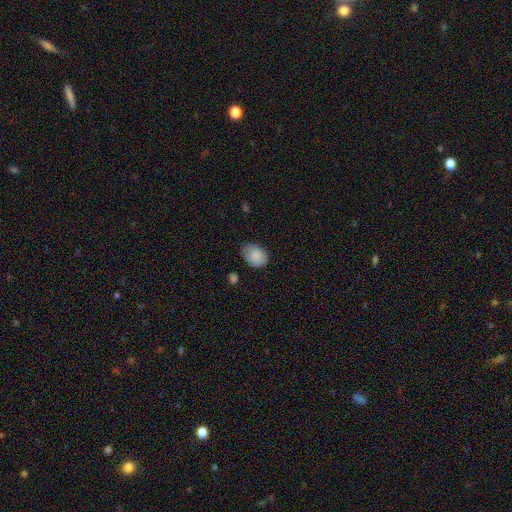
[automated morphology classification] Q: Smooth or featured?
A: smooth (87%); runner-up: star or artifact (7%)
Q: How rounded?
A: in between (71%); runner-up: round (28%)
Q: Merging?
A: none (77%); runner-up: minor disturbance (18%)